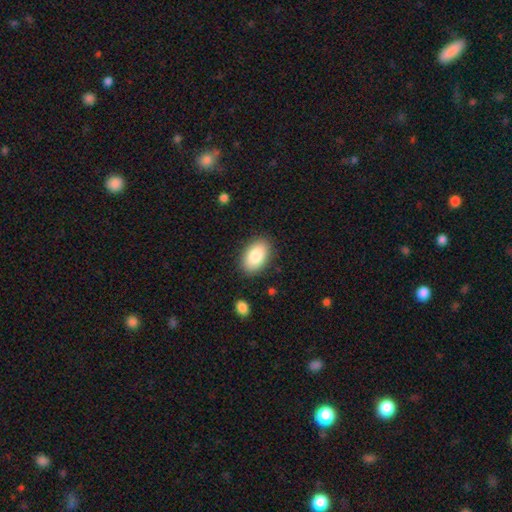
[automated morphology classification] Overall: smooth (86%). How rounded: in between (92%). Merging: none (87%).